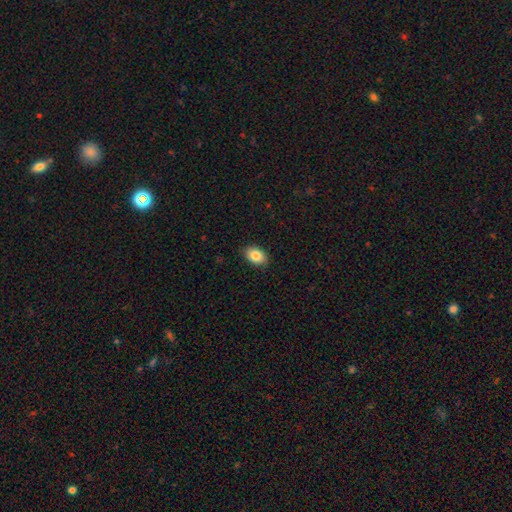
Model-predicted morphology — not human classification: Overall: smooth (86%). How rounded: in between (85%). Merging: none (88%).